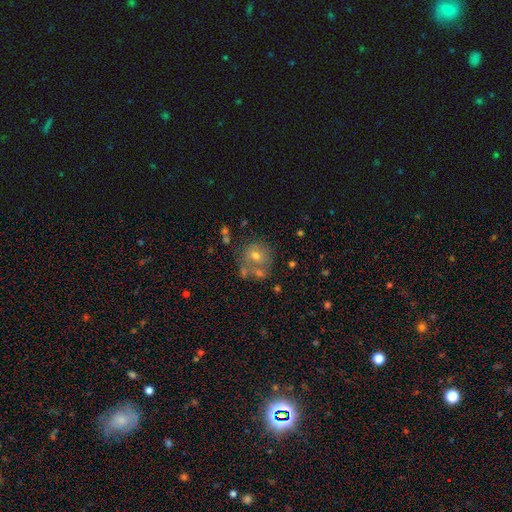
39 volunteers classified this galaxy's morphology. Volunteers were most divided on "merging": none: 43%, merger: 24%, minor disturbance: 19%, major disturbance: 14%. More confident: how rounded — round (61%); smooth or featured — smooth (59%).